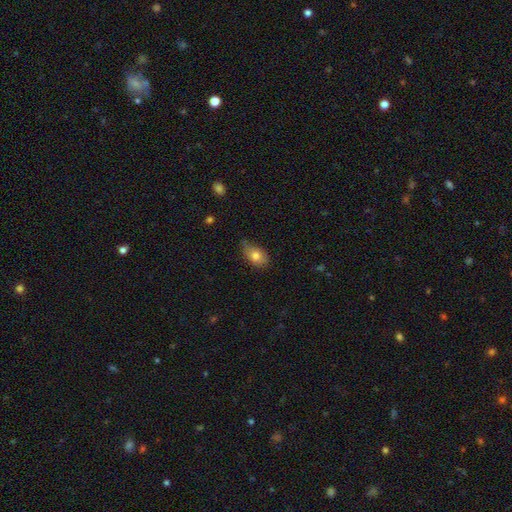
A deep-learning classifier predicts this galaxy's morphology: smooth_or_featured: smooth (p=0.78) [alt: featured or disk p=0.13]
how_rounded: in between (p=0.83) [alt: round p=0.14]
merging: none (p=0.58) [alt: minor disturbance p=0.33]